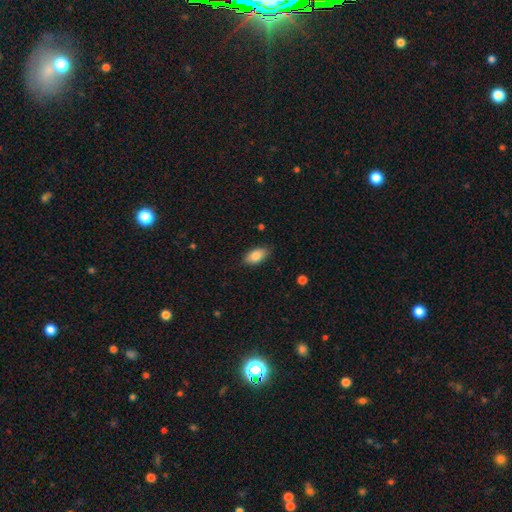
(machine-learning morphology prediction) This is clearly a smooth galaxy (84%). How rounded: clearly in between (91%). Merging: clearly none (85%).